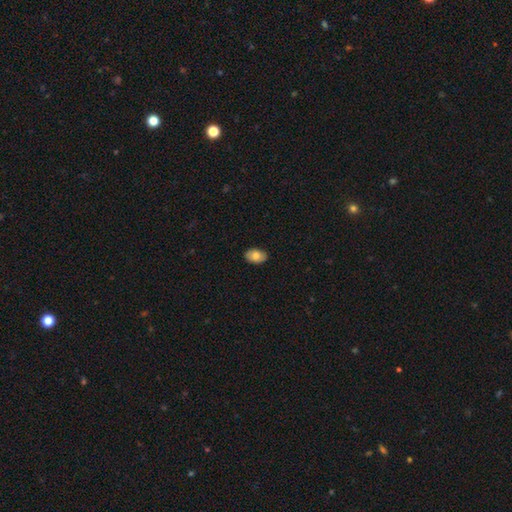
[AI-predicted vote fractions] smooth_or_featured: smooth (p=0.79) [alt: featured or disk p=0.14]
how_rounded: in between (p=0.89) [alt: round p=0.10]
merging: none (p=0.88) [alt: minor disturbance p=0.09]